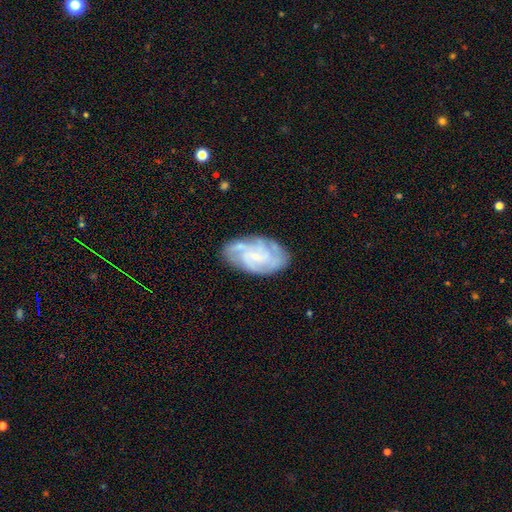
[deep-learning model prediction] This is likely a featured or disk galaxy (80%). It is clearly not viewed edge-on (97%). Bar: possibly no (54%). Spiral arm pattern: clearly yes (95%). Spiral arm count: marginally 3 (28%). Spiral winding: possibly tight (54%). Central bulge: likely small (69%). Merging: likely none (72%).